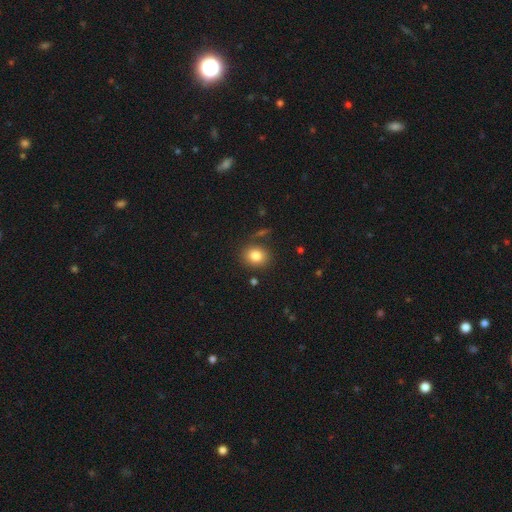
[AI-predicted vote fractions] This is clearly a smooth galaxy (83%). How rounded: likely round (65%). Merging: clearly none (82%).